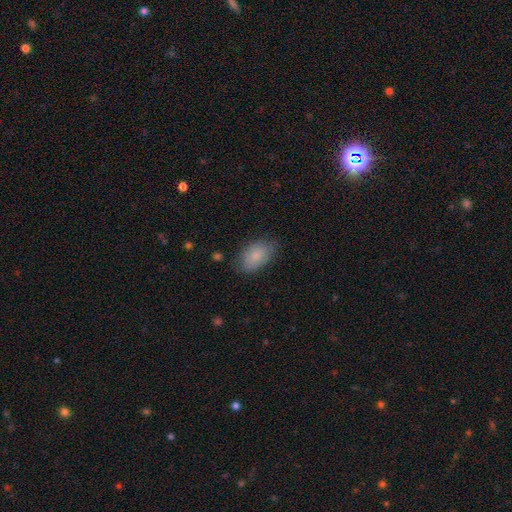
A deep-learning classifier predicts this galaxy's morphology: type=smooth (84%); roundness=in between (91%); merging=none (74%).